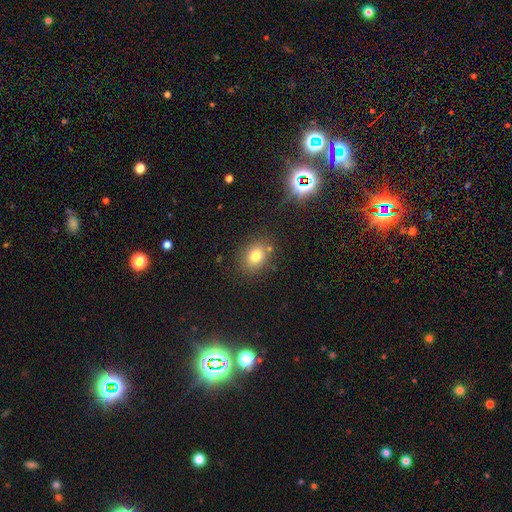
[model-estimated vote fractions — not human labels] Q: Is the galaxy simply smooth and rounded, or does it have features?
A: smooth — 77%.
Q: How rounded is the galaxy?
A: round — 50%.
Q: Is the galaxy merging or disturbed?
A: none — 80%.